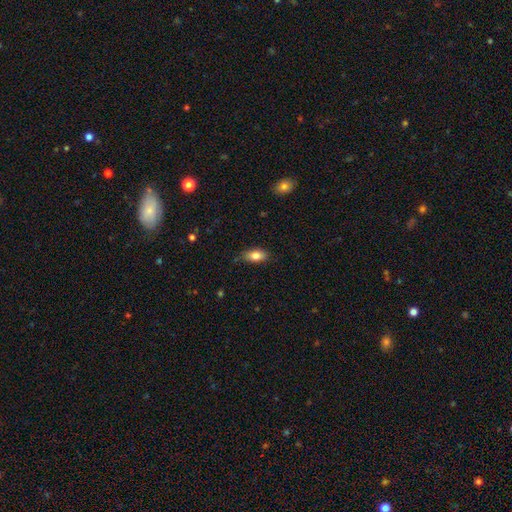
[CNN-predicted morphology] Smooth or featured? Predicted: smooth (p=0.81). How rounded? Predicted: in between (p=0.88). Merging? Predicted: none (p=0.76).